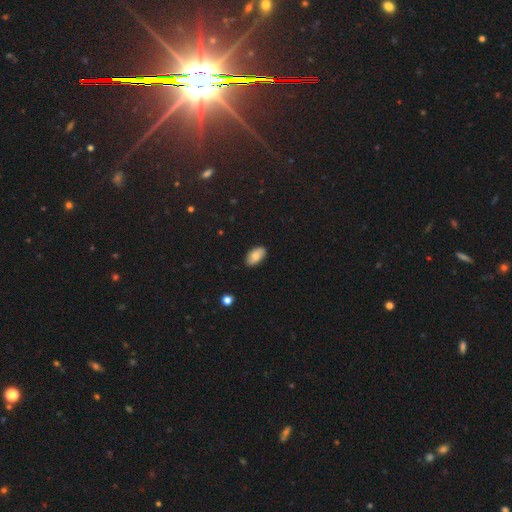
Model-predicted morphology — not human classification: smooth 79%, featured or disk 14%, star or artifact 8%. Down the decision tree: how rounded — in between (94%); merging — none (85%).